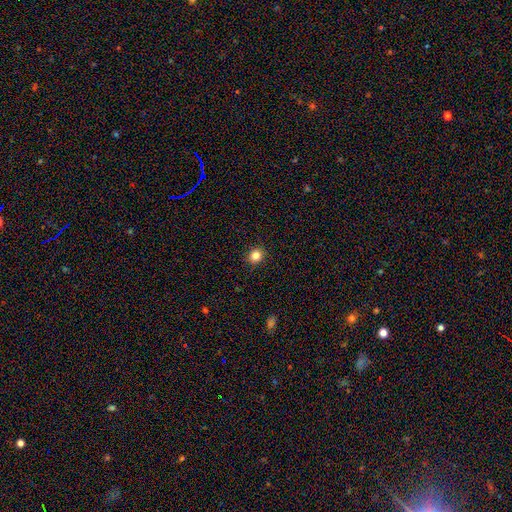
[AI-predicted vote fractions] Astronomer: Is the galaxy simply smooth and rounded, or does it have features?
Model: smooth — 83%.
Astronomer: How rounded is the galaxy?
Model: round — 85%.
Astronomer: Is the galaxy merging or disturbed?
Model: none — 92%.